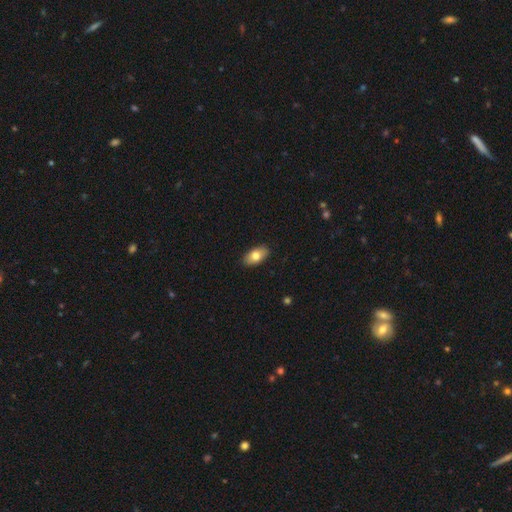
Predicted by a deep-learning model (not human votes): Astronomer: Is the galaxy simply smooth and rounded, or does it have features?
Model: smooth — 77%.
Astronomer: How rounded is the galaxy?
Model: in between — 92%.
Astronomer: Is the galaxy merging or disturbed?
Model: none — 89%.